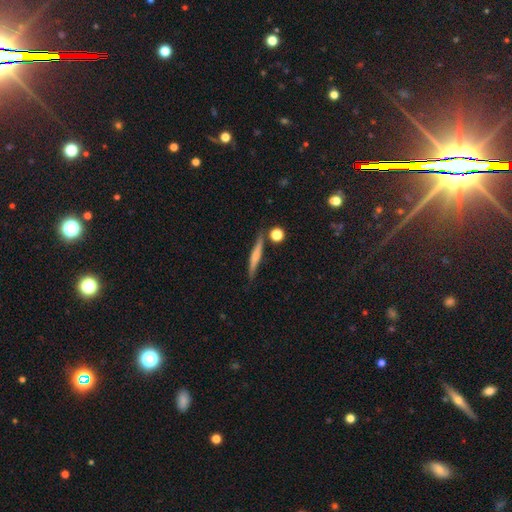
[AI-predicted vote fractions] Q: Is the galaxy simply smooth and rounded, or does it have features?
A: smooth — 47%.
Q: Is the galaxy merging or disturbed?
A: none — 80%.